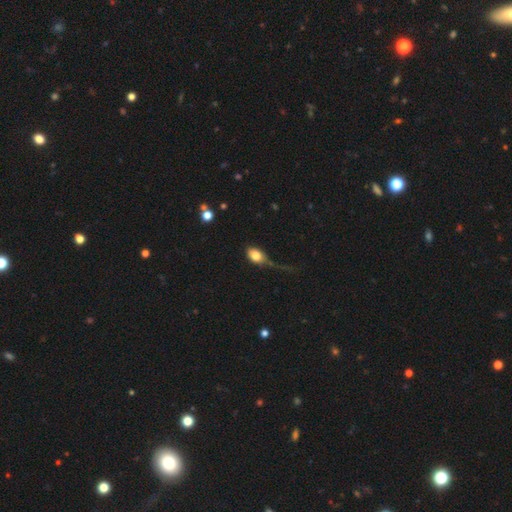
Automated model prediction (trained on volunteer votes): Smooth or featured?
  - smooth: 78% *
  - featured or disk: 14%
  - star or artifact: 8%
How rounded?
  - in between: 80% *
  - round: 17%
  - cigar-shaped: 3%
Merging?
  - major disturbance: 36% *
  - none: 31%
  - minor disturbance: 26%
  - merger: 7%